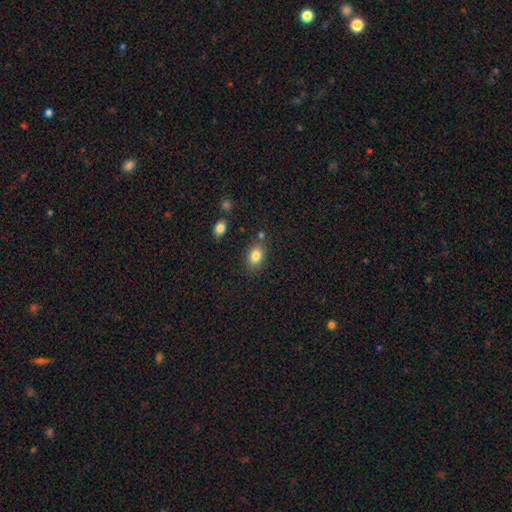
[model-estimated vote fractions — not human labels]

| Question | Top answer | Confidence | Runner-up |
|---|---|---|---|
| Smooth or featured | smooth | 83% | star or artifact (9%) |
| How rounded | in between | 73% | round (25%) |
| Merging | none | 78% | minor disturbance (13%) |